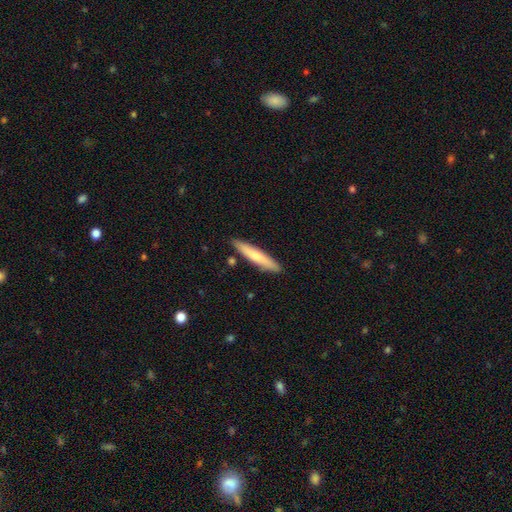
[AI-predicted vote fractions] This appears to be a smooth galaxy with no disk features (70%) that is cigar-shaped (90%). Merging: none (88%).